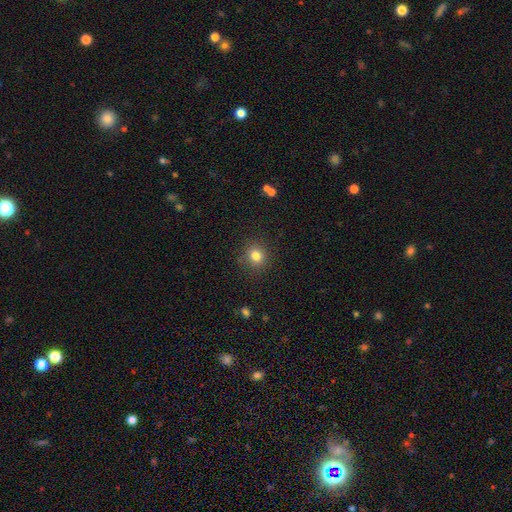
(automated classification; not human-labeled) Smooth or featured?
  - smooth: 81% *
  - star or artifact: 13%
  - featured or disk: 7%
How rounded?
  - round: 83% *
  - in between: 16%
  - cigar-shaped: 1%
Merging?
  - none: 87% *
  - minor disturbance: 8%
  - major disturbance: 3%
  - merger: 1%